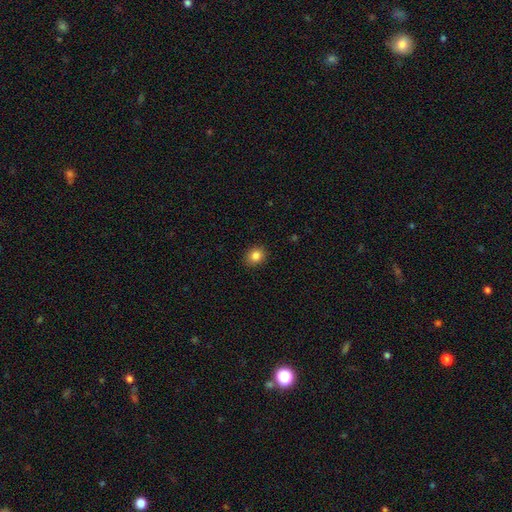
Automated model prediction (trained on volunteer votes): A smooth galaxy with no disk features (85%) that is round (62%).

Vote fractions:
- Smooth or featured? smooth: 85% / star or artifact: 10% / featured or disk: 5%
- How rounded? round: 62% / in between: 37% / cigar-shaped: 1%
- Merging? none: 89% / minor disturbance: 8% / major disturbance: 2% / merger: 1%